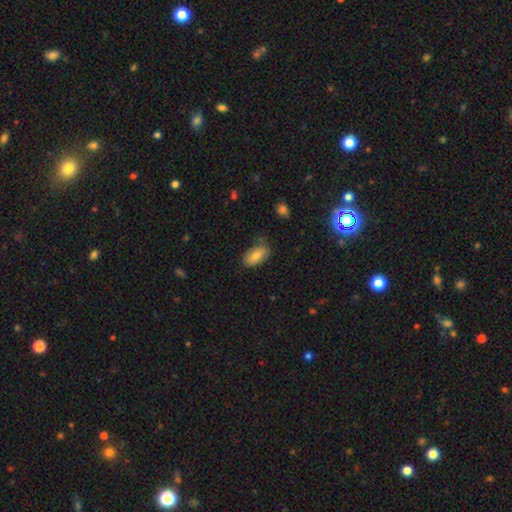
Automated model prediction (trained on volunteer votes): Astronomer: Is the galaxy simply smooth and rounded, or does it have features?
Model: smooth — 76%.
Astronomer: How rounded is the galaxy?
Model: in between — 91%.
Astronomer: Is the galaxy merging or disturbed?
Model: none — 71%.